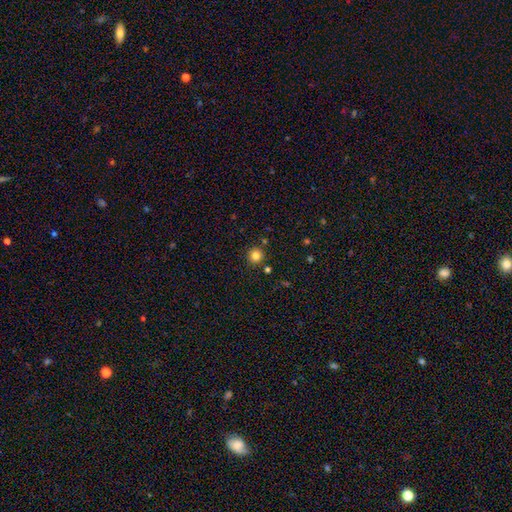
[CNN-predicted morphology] This appears to be a smooth galaxy with no disk features (81%) that is round (95%). Merging: none (87%).